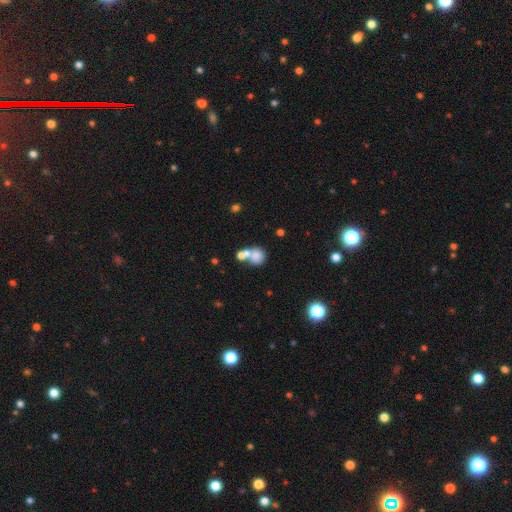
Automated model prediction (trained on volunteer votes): Smooth or featured? Predicted: smooth (p=0.72). How rounded? Predicted: round (p=0.72). Merging? Predicted: merger (p=0.50).